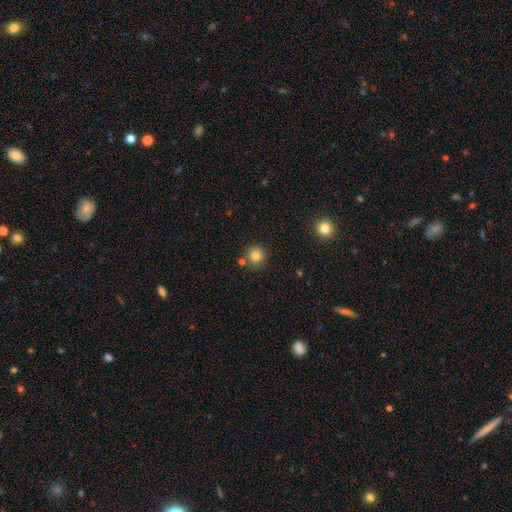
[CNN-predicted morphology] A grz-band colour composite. It shows a smooth galaxy with no disk features (82%) that is round (93%). Merging: none (79%).